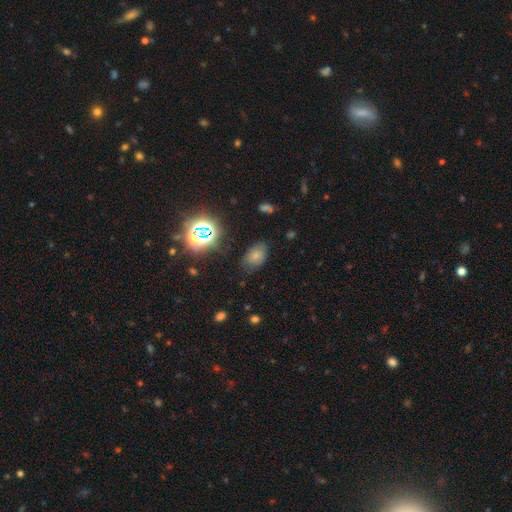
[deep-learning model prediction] Smooth or featured? Predicted: smooth (p=0.66). How rounded? Predicted: in between (p=0.83). Merging? Predicted: none (p=0.71).